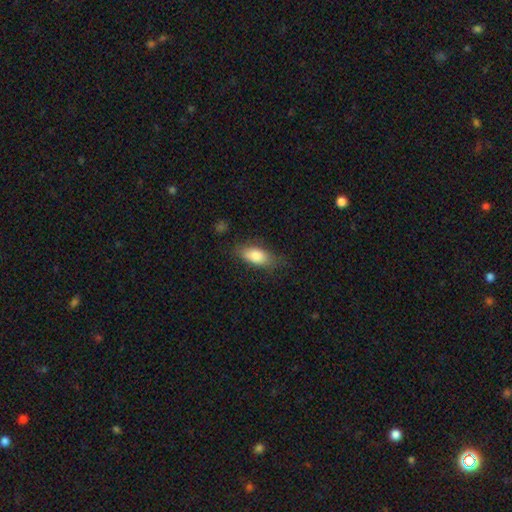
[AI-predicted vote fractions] Q: Smooth or featured?
A: smooth (81%); runner-up: featured or disk (12%)
Q: How rounded?
A: in between (82%); runner-up: cigar-shaped (14%)
Q: Merging?
A: none (70%); runner-up: minor disturbance (21%)